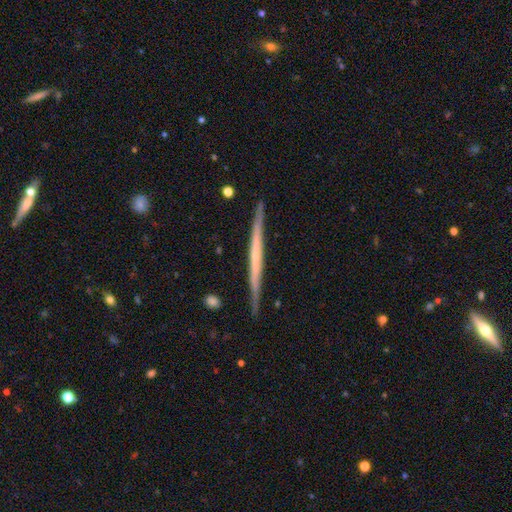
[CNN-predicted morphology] The model was most divided on "smooth or featured": featured or disk: 66%, smooth: 29%, star or artifact: 5%. More confident: edge-on disk — yes (97%); merging — none (89%); edge-on bulge — none (80%).